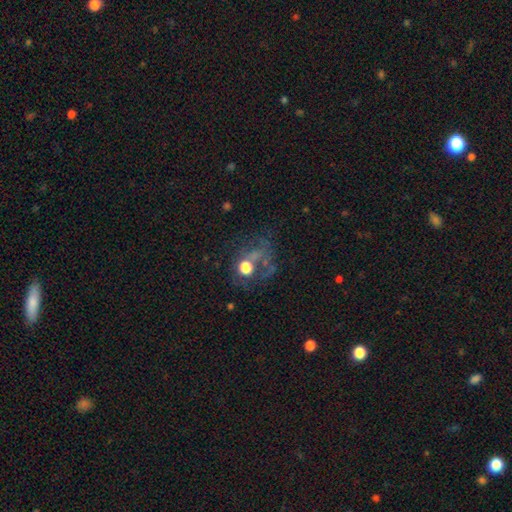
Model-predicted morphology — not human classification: This appears to be a featured or disk galaxy (34%, tied with star or artifact). Merging: none (38%).